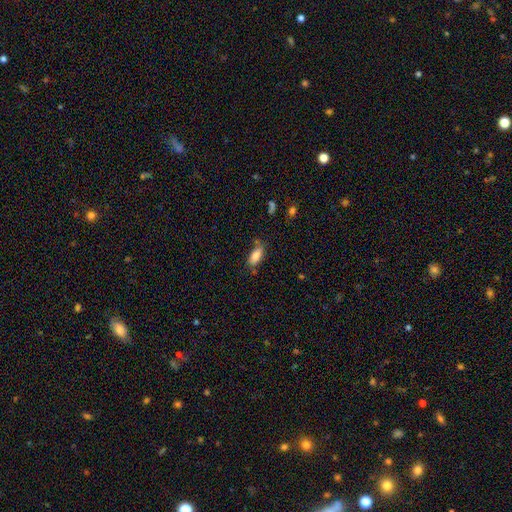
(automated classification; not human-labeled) A smooth galaxy with no disk features (83%) that is in between round and cigar-shaped (83%).

Vote fractions:
- Smooth or featured? smooth: 83% / featured or disk: 9% / star or artifact: 8%
- How rounded? in between: 83% / cigar-shaped: 15% / round: 2%
- Merging? none: 67% / minor disturbance: 21% / merger: 6% / major disturbance: 5%